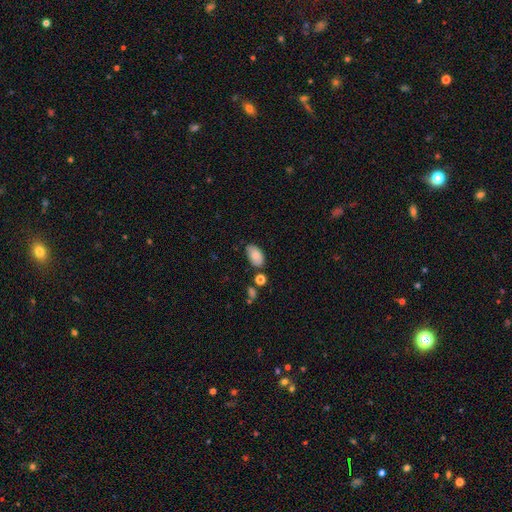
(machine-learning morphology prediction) smooth-or-featured: smooth: 81% | featured or disk: 11% | star or artifact: 8%
  how-rounded: in between: 93% | round: 5% | cigar-shaped: 2%
  merging: none: 69% | minor disturbance: 21% | merger: 6% | major disturbance: 4%